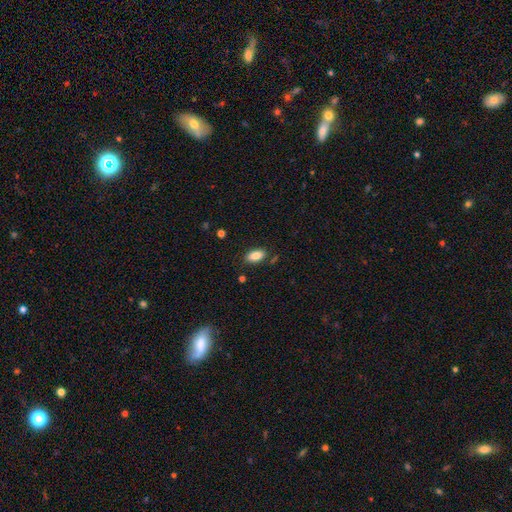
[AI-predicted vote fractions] This is clearly a smooth galaxy (87%). How rounded: clearly in between (92%). Merging: clearly none (83%).